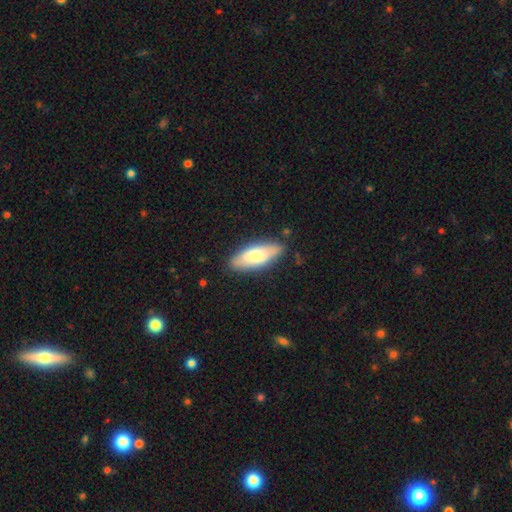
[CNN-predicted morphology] type=smooth (67%); roundness=in between (70%); merging=none (83%).